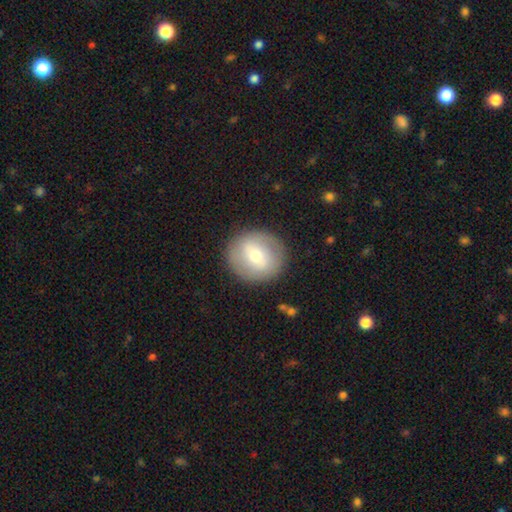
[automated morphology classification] Smooth or featured? Predicted: smooth (p=0.55). How rounded? Predicted: round (p=0.88). Merging? Predicted: none (p=0.88).